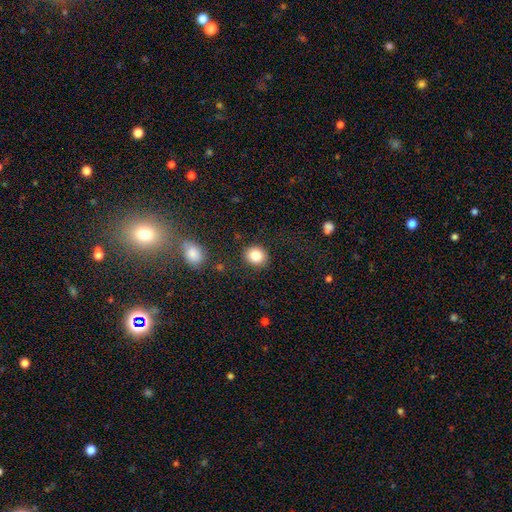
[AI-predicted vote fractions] smooth-or-featured: smooth: 85% | star or artifact: 9% | featured or disk: 6%
  how-rounded: round: 72% | in between: 28% | cigar-shaped: 1%
  merging: none: 87% | minor disturbance: 8% | major disturbance: 3% | merger: 2%